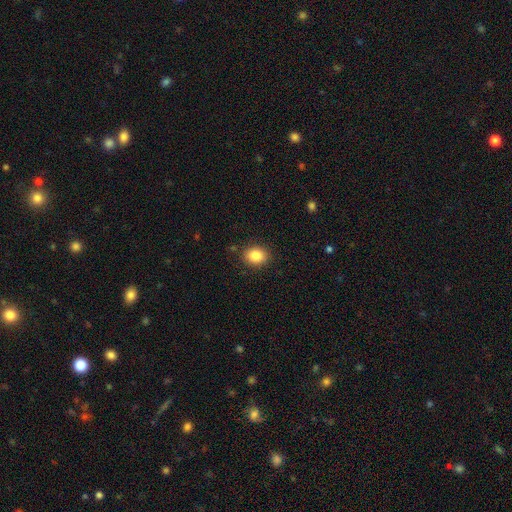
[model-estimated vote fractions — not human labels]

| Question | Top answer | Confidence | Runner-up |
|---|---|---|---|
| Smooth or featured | smooth | 85% | star or artifact (9%) |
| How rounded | round | 50% | in between (49%) |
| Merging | none | 87% | minor disturbance (9%) |